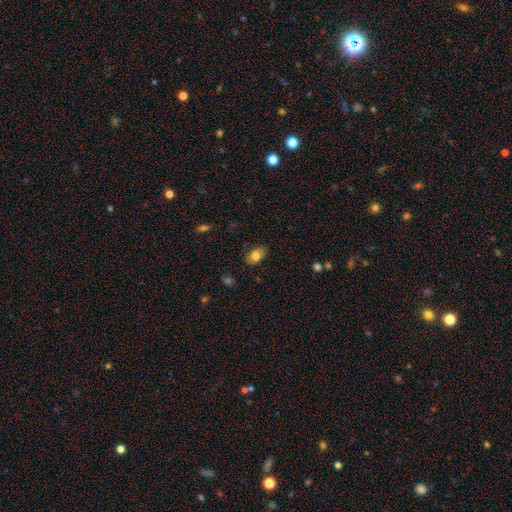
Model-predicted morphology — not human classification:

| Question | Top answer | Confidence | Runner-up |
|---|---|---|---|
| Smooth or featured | smooth | 80% | featured or disk (11%) |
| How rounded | in between | 89% | round (9%) |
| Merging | none | 82% | minor disturbance (13%) |